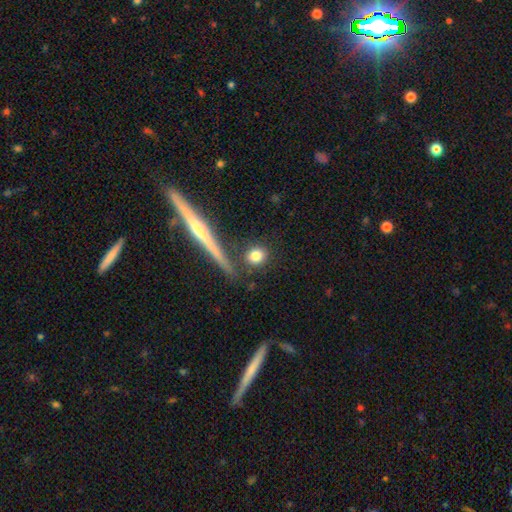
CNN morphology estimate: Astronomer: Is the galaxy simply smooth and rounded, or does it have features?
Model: smooth — 81%.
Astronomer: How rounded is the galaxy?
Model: round — 69%.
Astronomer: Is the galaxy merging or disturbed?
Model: none — 81%.